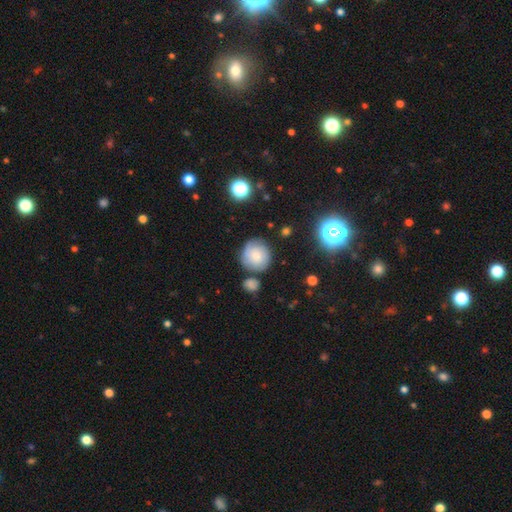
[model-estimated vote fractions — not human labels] This is likely a smooth galaxy (63%). How rounded: clearly round (90%). Merging: likely none (69%).